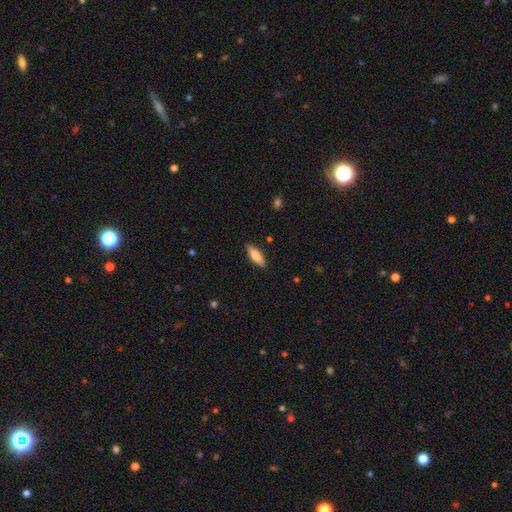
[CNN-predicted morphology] Smooth or featured?
  - smooth: 73% *
  - featured or disk: 21%
  - star or artifact: 6%
How rounded?
  - in between: 53% *
  - cigar-shaped: 45%
  - round: 2%
Merging?
  - none: 88% *
  - minor disturbance: 9%
  - major disturbance: 2%
  - merger: 1%